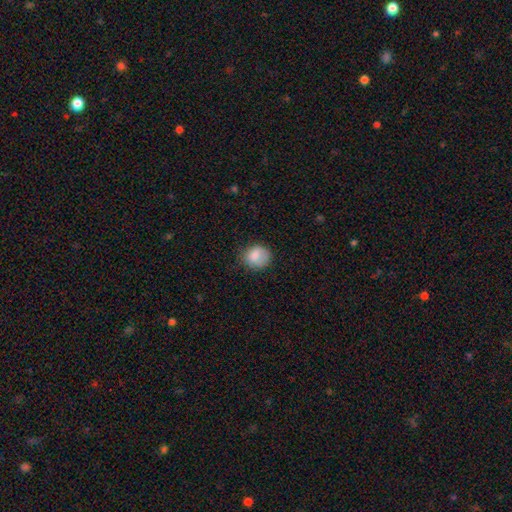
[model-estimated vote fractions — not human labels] Smooth or featured? Predicted: smooth (p=0.83). How rounded? Predicted: round (p=0.73). Merging? Predicted: none (p=0.68).